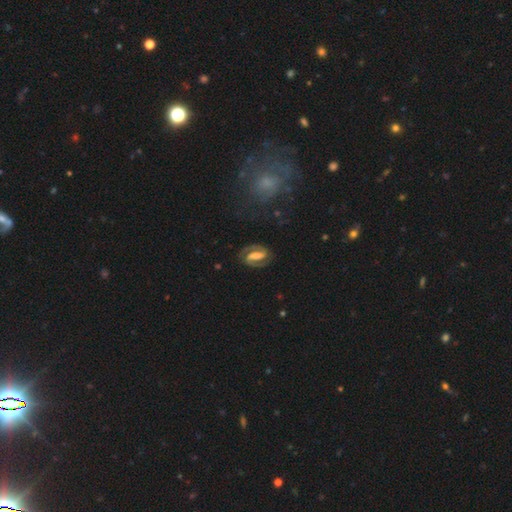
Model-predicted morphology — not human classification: This appears to be a featured or disk galaxy (84%) with a strong bar (55%), 2 (92%) medium (52%) spiral arms (95%) and a moderate central bulge (38%). Merging: none (80%).